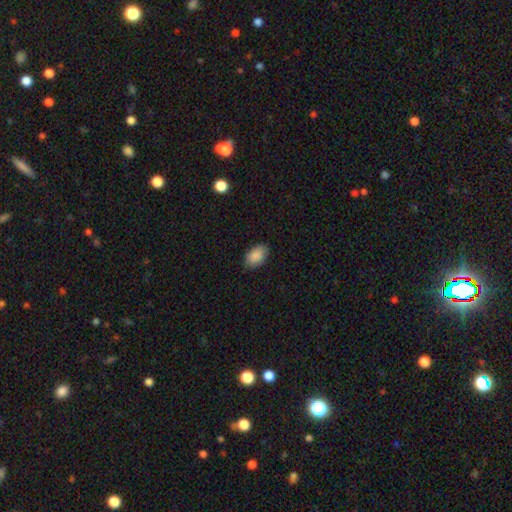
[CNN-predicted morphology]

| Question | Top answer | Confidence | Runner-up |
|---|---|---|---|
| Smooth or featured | smooth | 89% | star or artifact (7%) |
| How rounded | in between | 88% | round (11%) |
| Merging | none | 84% | minor disturbance (13%) |